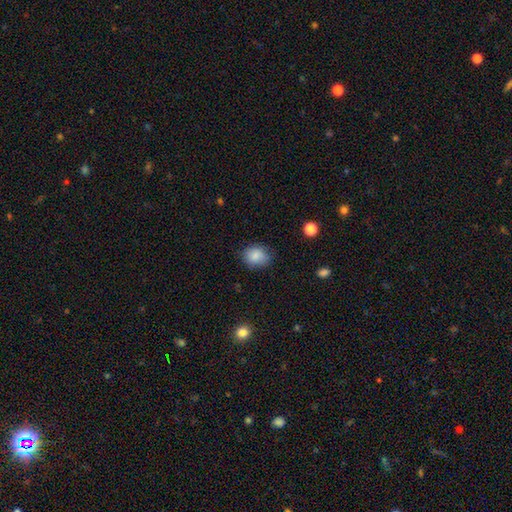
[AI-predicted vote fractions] This is clearly a smooth galaxy (85%). How rounded: possibly round (53%). Merging: likely none (74%).